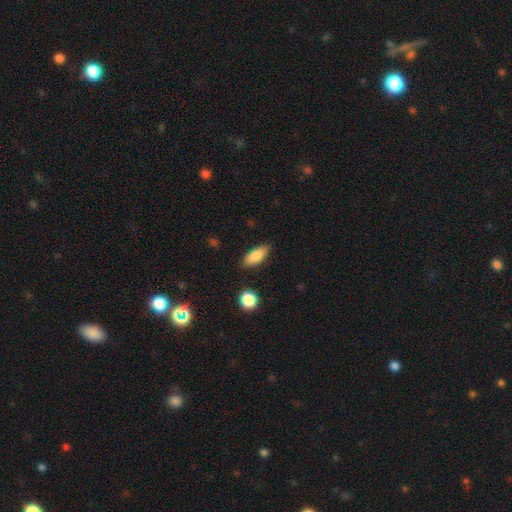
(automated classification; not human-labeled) A smooth galaxy with no disk features (84%) that is in between round and cigar-shaped (81%).

Vote fractions:
- Smooth or featured? smooth: 84% / featured or disk: 9% / star or artifact: 7%
- How rounded? in between: 81% / cigar-shaped: 16% / round: 3%
- Merging? none: 83% / minor disturbance: 12% / major disturbance: 3% / merger: 2%